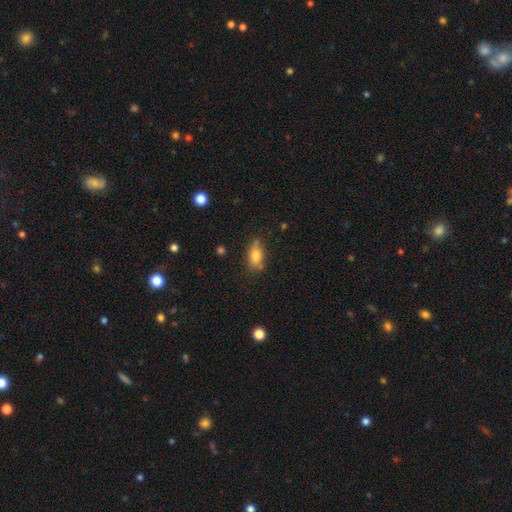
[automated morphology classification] Smooth or featured? Predicted: smooth (p=0.79). How rounded? Predicted: in between (p=0.85). Merging? Predicted: none (p=0.73).